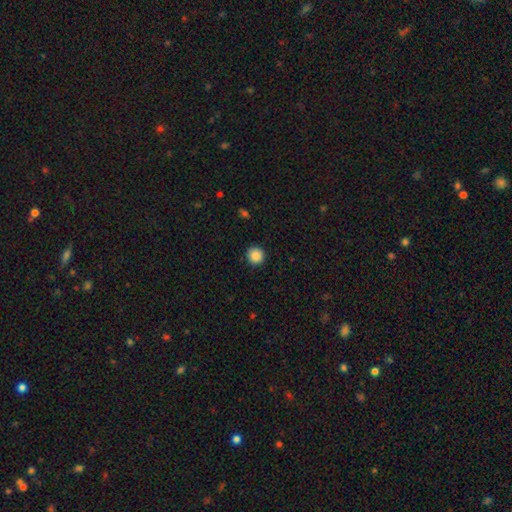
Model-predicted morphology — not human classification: This appears to be a smooth galaxy with no disk features (88%) that is round (94%). Merging: none (91%).